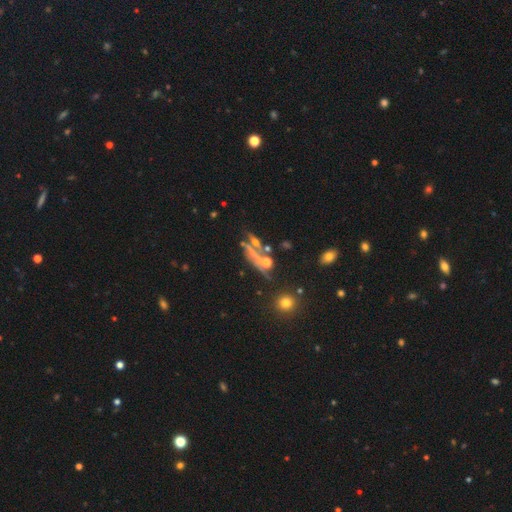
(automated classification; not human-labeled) smooth-or-featured: featured or disk: 41% | star or artifact: 30% | smooth: 29%
  merging: none: 49% | merger: 20% | minor disturbance: 16% | major disturbance: 15%